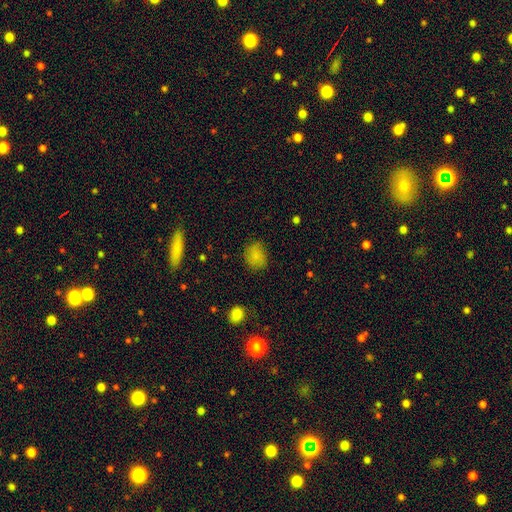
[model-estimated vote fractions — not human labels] Smooth or featured? smooth (81%)
How rounded? round (57%)
Merging? none (76%)